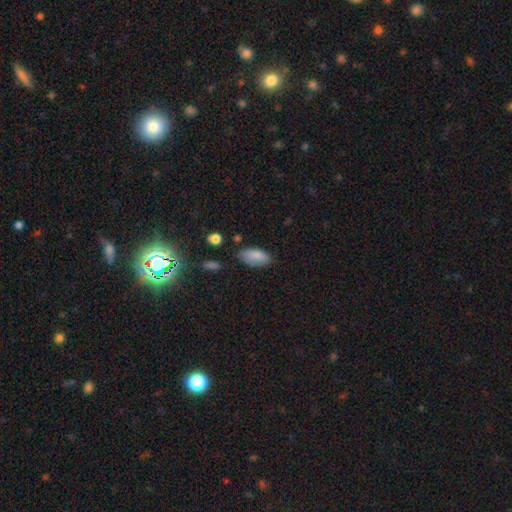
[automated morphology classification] Smooth or featured?
  - smooth: 83% *
  - featured or disk: 9%
  - star or artifact: 8%
How rounded?
  - in between: 91% *
  - cigar-shaped: 7%
  - round: 3%
Merging?
  - none: 65% *
  - minor disturbance: 26%
  - major disturbance: 5%
  - merger: 3%